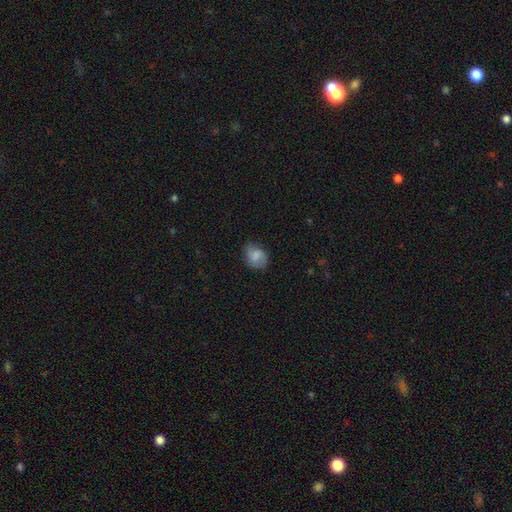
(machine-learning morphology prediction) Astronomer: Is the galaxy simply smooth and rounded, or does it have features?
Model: smooth — 78%.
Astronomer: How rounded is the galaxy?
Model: in between — 56% (runner-up: round, 43%).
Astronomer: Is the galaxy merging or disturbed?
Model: none — 67%.